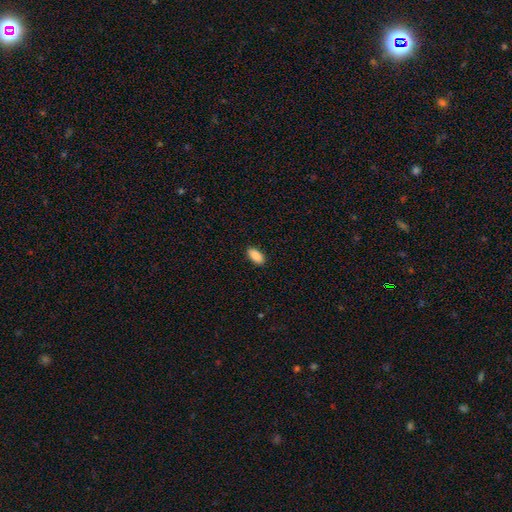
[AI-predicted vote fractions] Smooth or featured?
  - smooth: 89% *
  - star or artifact: 7%
  - featured or disk: 4%
How rounded?
  - in between: 92% *
  - cigar-shaped: 5%
  - round: 3%
Merging?
  - none: 89% *
  - minor disturbance: 8%
  - major disturbance: 2%
  - merger: 1%